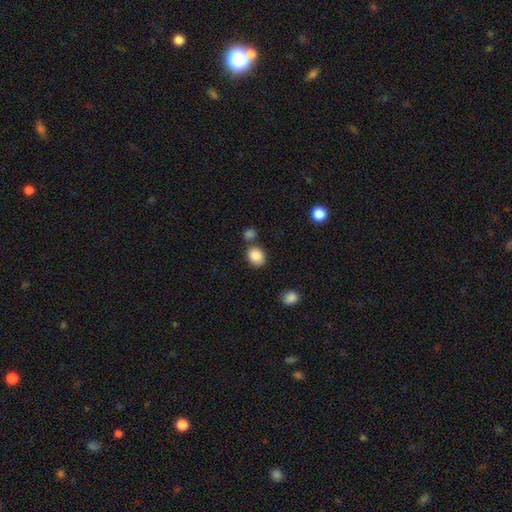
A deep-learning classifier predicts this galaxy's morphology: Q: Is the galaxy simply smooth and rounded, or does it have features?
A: smooth — 88%.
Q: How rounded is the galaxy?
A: round — 50%.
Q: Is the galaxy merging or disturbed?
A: none — 66%.